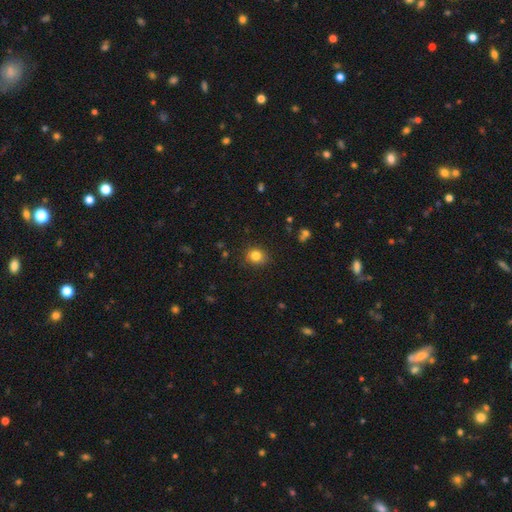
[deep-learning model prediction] smooth 83%, star or artifact 11%, featured or disk 6%. Down the decision tree: how rounded — round (75%); merging — none (86%).